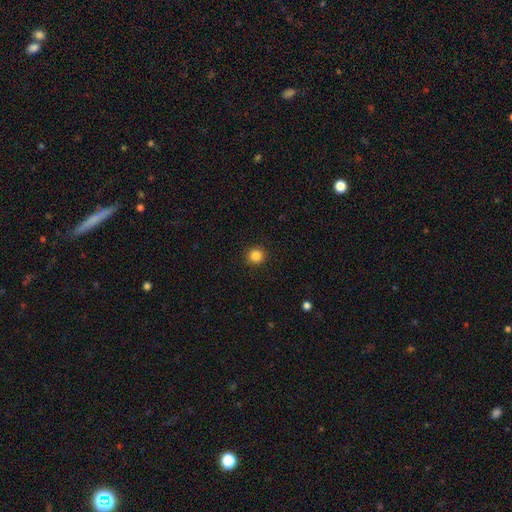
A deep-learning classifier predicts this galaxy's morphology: Smooth or featured?
  - smooth: 85% *
  - star or artifact: 11%
  - featured or disk: 4%
How rounded?
  - round: 94% *
  - in between: 5%
  - cigar-shaped: 1%
Merging?
  - none: 93% *
  - minor disturbance: 5%
  - major disturbance: 2%
  - merger: 1%